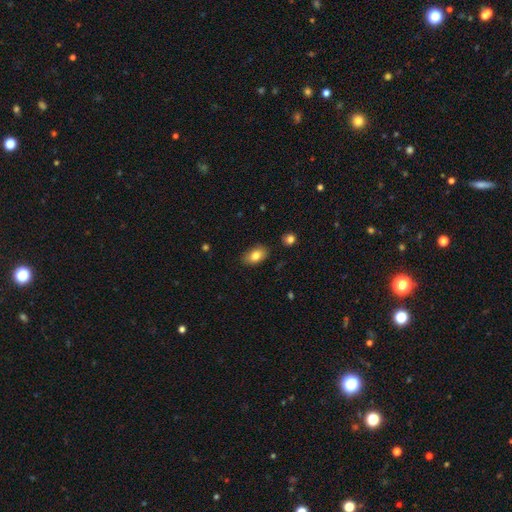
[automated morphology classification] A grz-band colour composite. It shows a smooth galaxy with no disk features (81%) that is in between round and cigar-shaped (90%). Merging: none (86%).